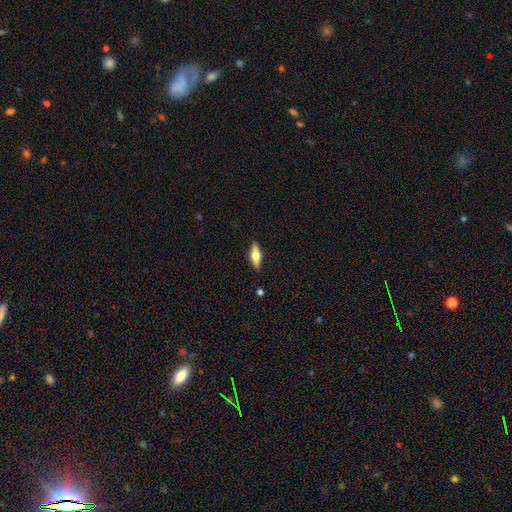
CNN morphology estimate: smooth_or_featured: smooth (p=0.54) [alt: featured or disk p=0.40]
how_rounded: in between (p=0.59) [alt: cigar-shaped p=0.38]
merging: none (p=0.88) [alt: minor disturbance p=0.09]